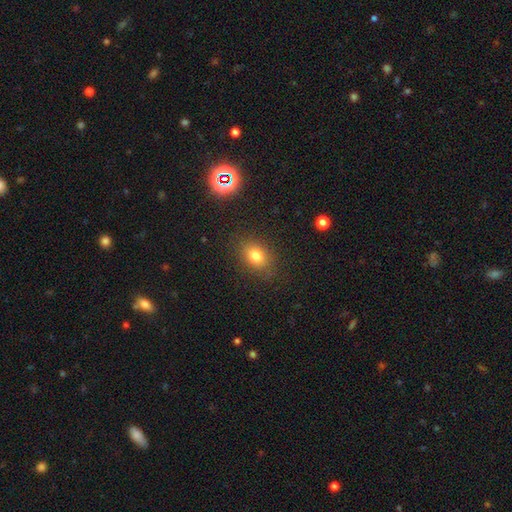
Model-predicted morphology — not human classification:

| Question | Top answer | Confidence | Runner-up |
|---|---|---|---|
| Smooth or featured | smooth | 77% | star or artifact (14%) |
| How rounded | in between | 65% | round (34%) |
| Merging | none | 83% | minor disturbance (11%) |